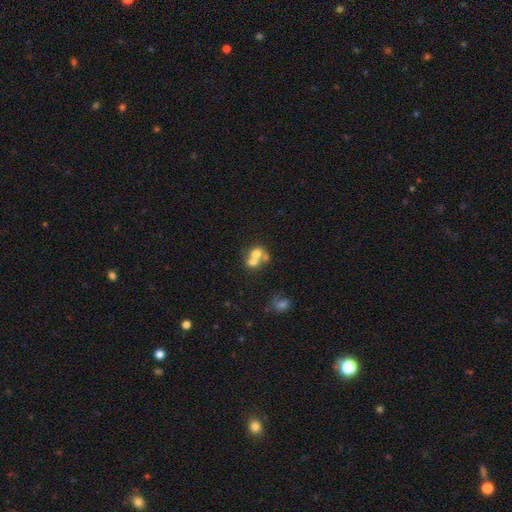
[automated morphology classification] The model was most divided on "how rounded": round: 66%, in between: 33%, cigar-shaped: 1%. More confident: merging — merger (66%); smooth or featured — smooth (63%).